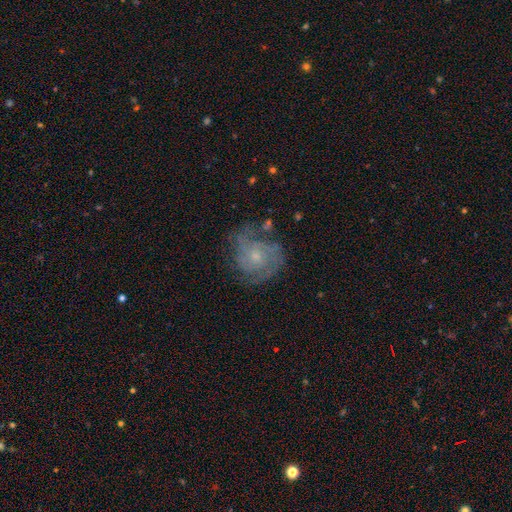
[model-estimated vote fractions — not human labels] This appears to be a featured or disk galaxy (78%) with no bar (75%), 2 (30%) tight (51%) spiral arms (91%) and a small central bulge (65%). Merging: none (64%).